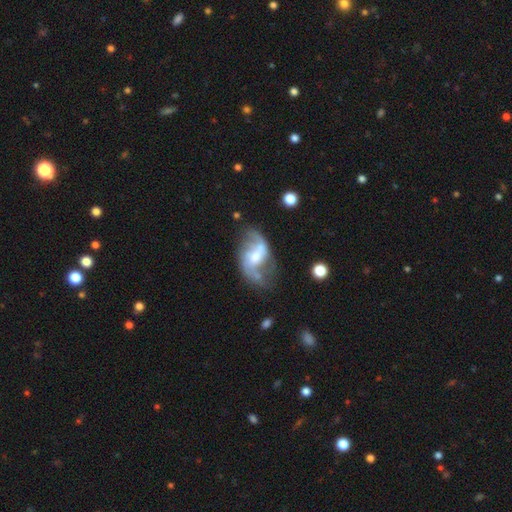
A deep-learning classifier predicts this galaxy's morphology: featured or disk 80%, smooth 13%, star or artifact 7%. Down the decision tree: edge-on disk — no (96%); bar — weak (50%); spiral arms — yes (90%); spiral arm count — 2 (85%); spiral winding — loose (62%); bulge size — moderate (50%); merging — none (53%).